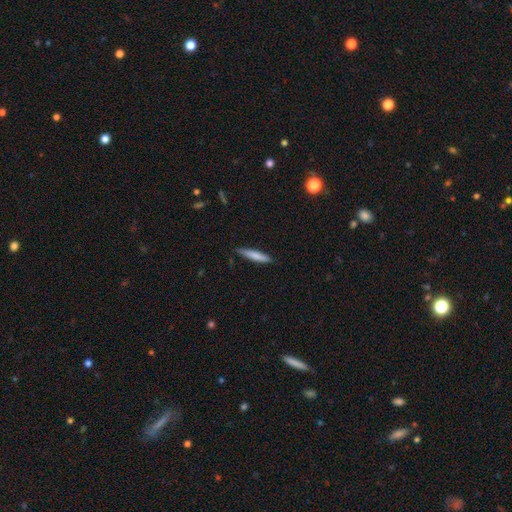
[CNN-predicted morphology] A smooth galaxy with no disk features (77%) that is cigar-shaped (92%).

Vote fractions:
- Smooth or featured? smooth: 77% / featured or disk: 18% / star or artifact: 6%
- How rounded? cigar-shaped: 92% / in between: 7% / round: 1%
- Merging? none: 86% / minor disturbance: 11% / major disturbance: 2% / merger: 1%